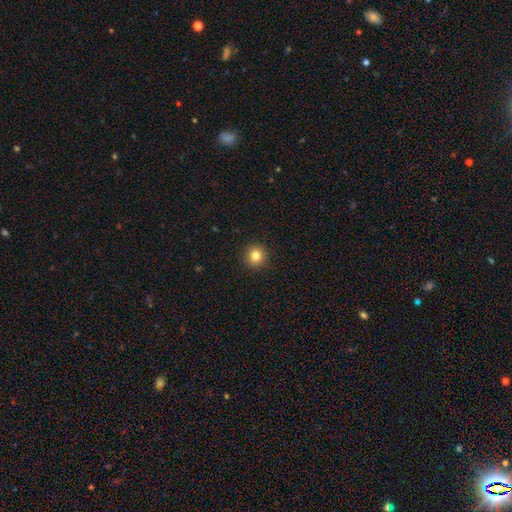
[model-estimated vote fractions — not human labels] Q: Smooth or featured?
A: smooth (82%); runner-up: star or artifact (12%)
Q: How rounded?
A: round (95%); runner-up: in between (4%)
Q: Merging?
A: none (93%); runner-up: minor disturbance (5%)